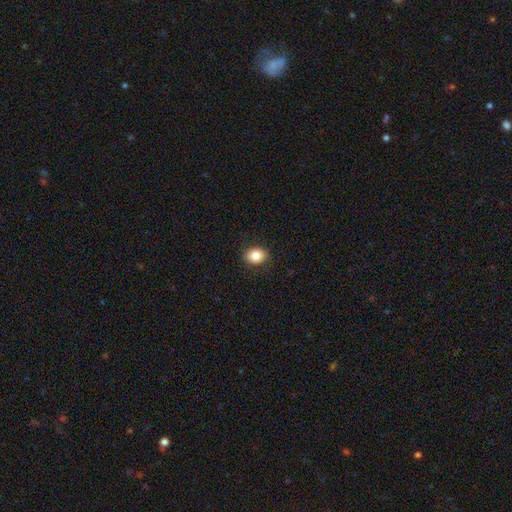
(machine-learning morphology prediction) Overall: smooth (84%). How rounded: round (54%; in between 45%). Merging: none (89%).